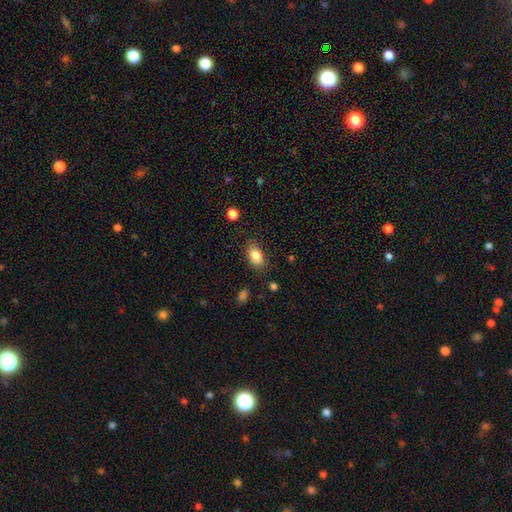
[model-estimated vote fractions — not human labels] Smooth or featured: smooth — 84% (star or artifact — 8%)
How rounded: in between — 88% (round — 9%)
Merging: none — 83% (minor disturbance — 13%)